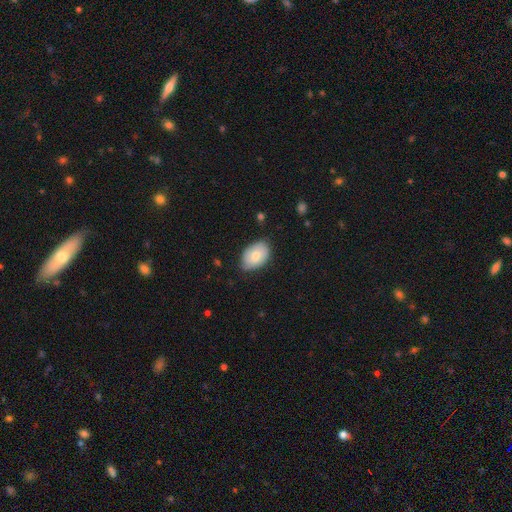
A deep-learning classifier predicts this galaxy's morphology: Smooth or featured: smooth — 73% (featured or disk — 20%)
How rounded: in between — 87% (round — 12%)
Merging: none — 74% (minor disturbance — 22%)